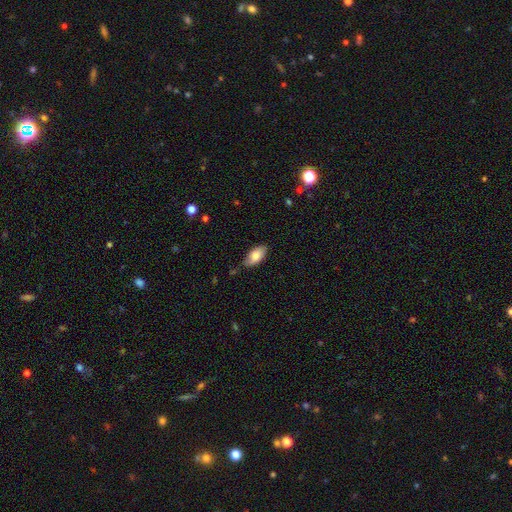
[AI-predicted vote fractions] Morphology: type=smooth (77%); roundness=in between (93%); merging=none (72%).